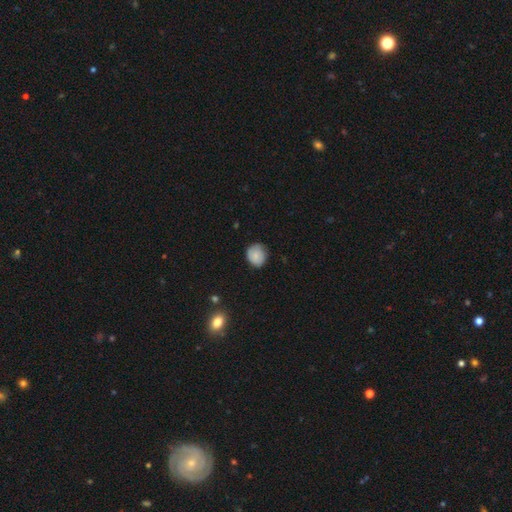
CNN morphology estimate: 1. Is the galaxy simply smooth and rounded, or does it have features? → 80% smooth, 12% featured or disk, 8% star or artifact.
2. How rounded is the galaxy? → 75% round, 24% in between, 1% cigar-shaped.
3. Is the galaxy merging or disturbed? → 75% none, 21% minor disturbance, 3% major disturbance, 1% merger.